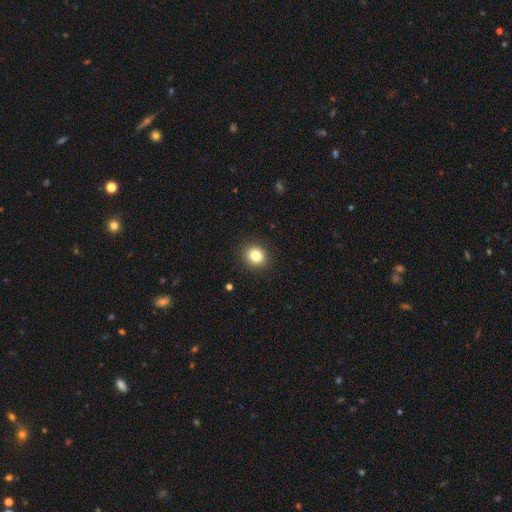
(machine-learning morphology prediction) smooth_or_featured: smooth (p=0.84) [alt: star or artifact p=0.11]
how_rounded: round (p=0.76) [alt: in between p=0.23]
merging: none (p=0.91) [alt: minor disturbance p=0.06]